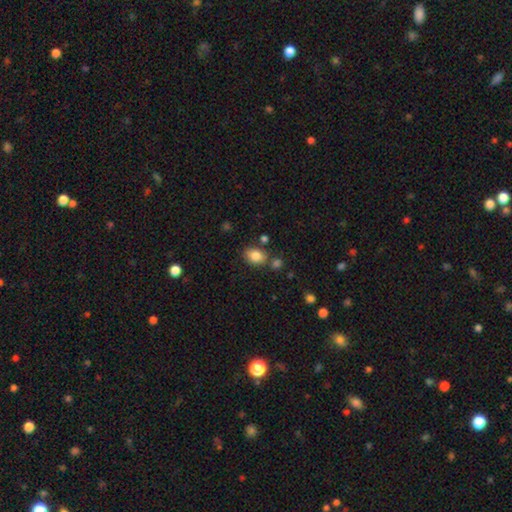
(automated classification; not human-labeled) The model was most divided on "how rounded": in between: 72%, round: 27%, cigar-shaped: 1%. More confident: smooth or featured — smooth (83%); merging — none (71%).